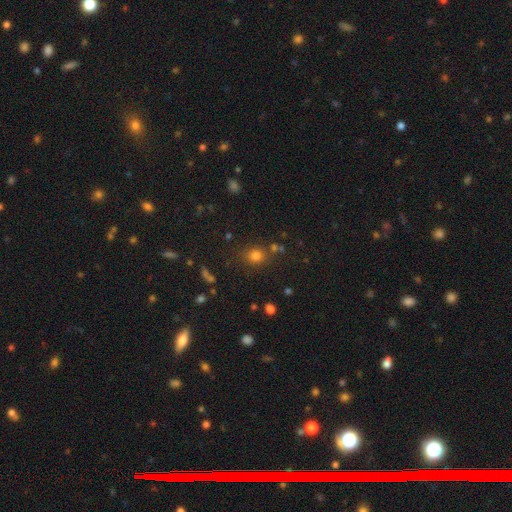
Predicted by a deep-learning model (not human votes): smooth_or_featured: smooth (p=0.75) [alt: star or artifact p=0.18]
how_rounded: round (p=0.78) [alt: in between p=0.21]
merging: none (p=0.78) [alt: minor disturbance p=0.11]